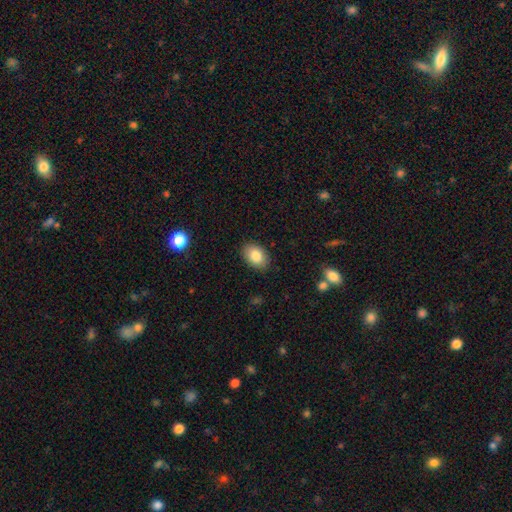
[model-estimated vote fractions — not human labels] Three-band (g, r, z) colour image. It shows a smooth galaxy with no disk features (84%) that is in between round and cigar-shaped (80%). Merging: none (87%).